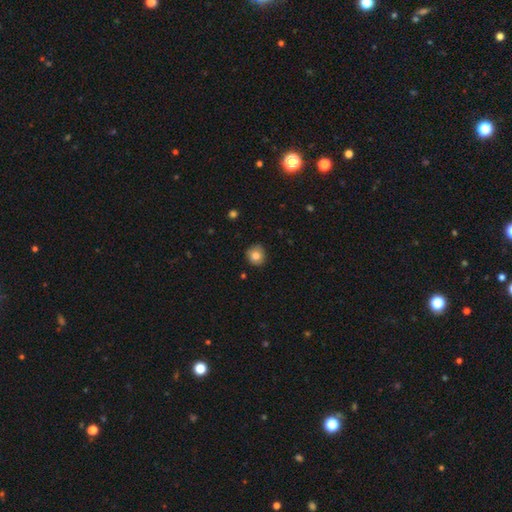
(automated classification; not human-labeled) Smooth or featured? smooth (81%)
How rounded? round (92%)
Merging? none (87%)